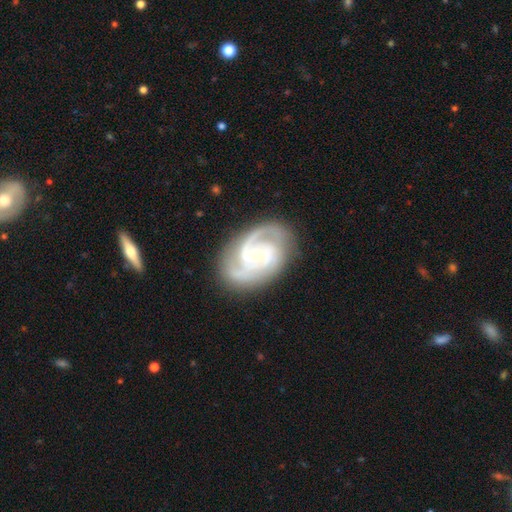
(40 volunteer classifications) Smooth or featured? featured or disk (98%)
Edge-on disk? no (92%)
Bar? no (56%)
Spiral arms? yes (100%)
Spiral winding? tight (56%)
Spiral arm count? 2 (67%)
Bulge size? moderate (53%)
Merging? none (80%)